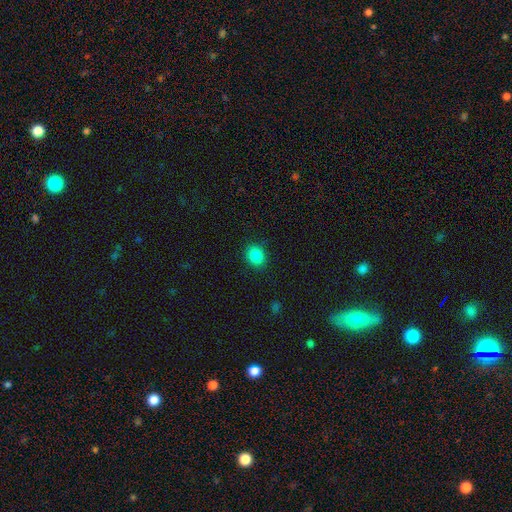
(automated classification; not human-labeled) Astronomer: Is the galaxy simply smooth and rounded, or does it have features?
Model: smooth — 86%.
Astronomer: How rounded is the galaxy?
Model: round — 55% (runner-up: in between, 44%).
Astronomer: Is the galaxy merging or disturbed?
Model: none — 88%.